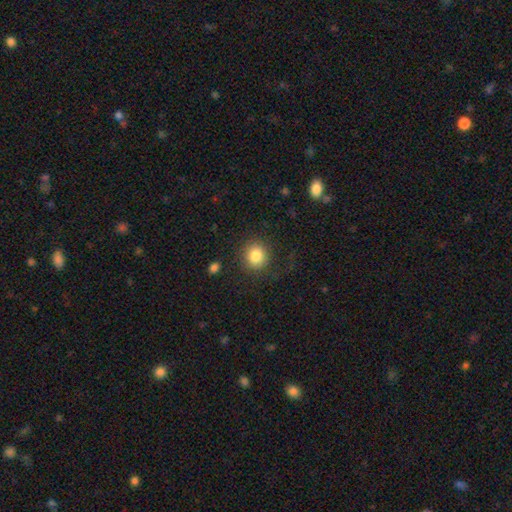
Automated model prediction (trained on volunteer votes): A smooth galaxy with no disk features (84%) that is round (86%). Merging: none (84%).